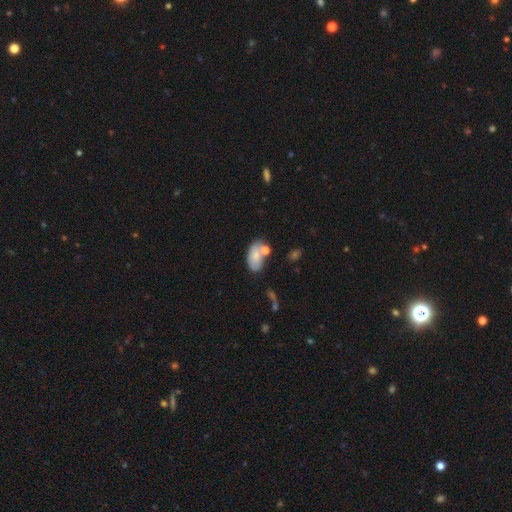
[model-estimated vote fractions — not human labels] A smooth galaxy with no disk features (75%) that is in between round and cigar-shaped (92%).

Vote fractions:
- Smooth or featured? smooth: 75% / featured or disk: 17% / star or artifact: 8%
- How rounded? in between: 92% / round: 6% / cigar-shaped: 2%
- Merging? none: 53% / merger: 22% / minor disturbance: 19% / major disturbance: 6%